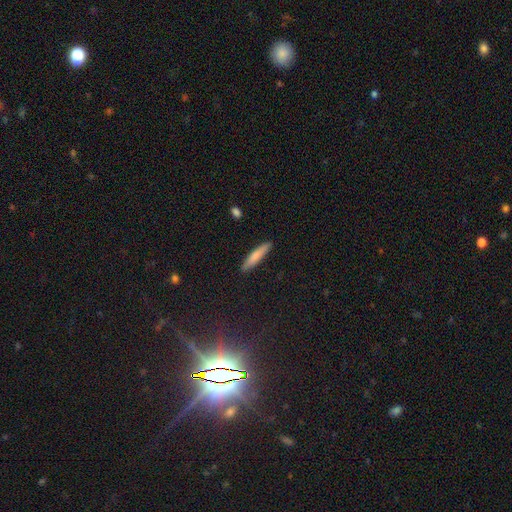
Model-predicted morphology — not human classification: type=smooth (73%); roundness=cigar-shaped (90%); merging=none (90%).